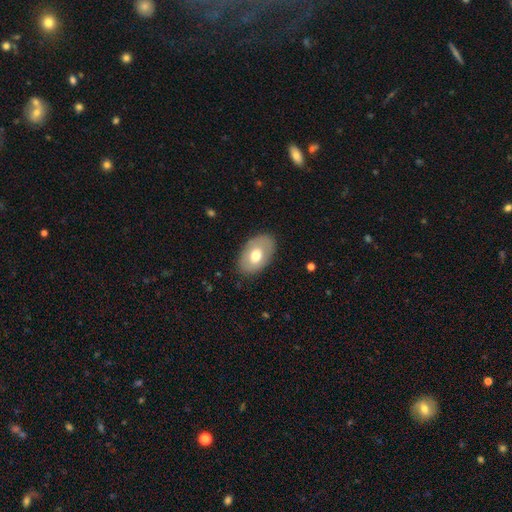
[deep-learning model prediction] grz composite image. It shows a smooth galaxy with no disk features (65%) that is in between round and cigar-shaped (89%). Merging: none (84%).